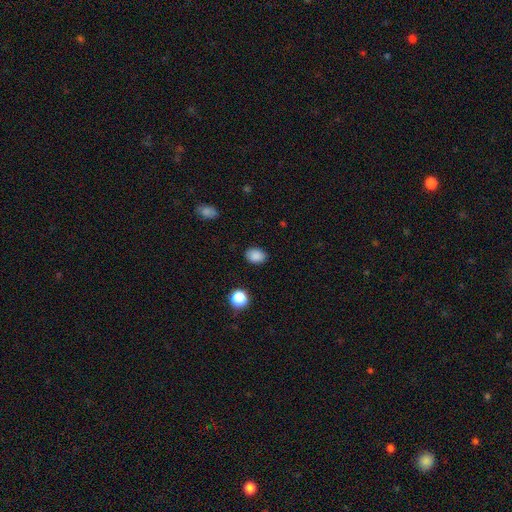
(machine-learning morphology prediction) smooth_or_featured: smooth (p=0.86) [alt: star or artifact p=0.10]
how_rounded: in between (p=0.71) [alt: round p=0.28]
merging: none (p=0.85) [alt: minor disturbance p=0.11]